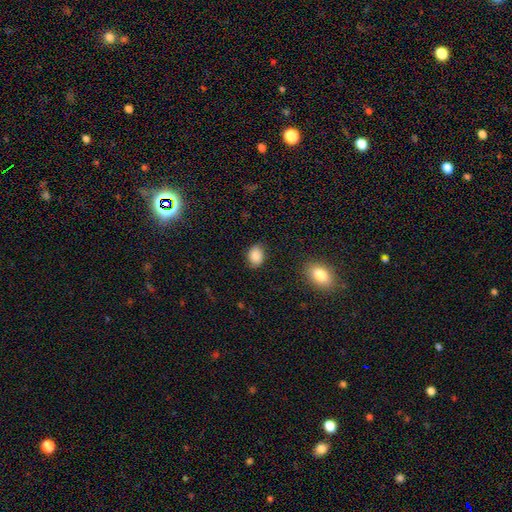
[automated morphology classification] A smooth galaxy with no disk features (87%) that is in between round and cigar-shaped (66%). Merging: none (83%).